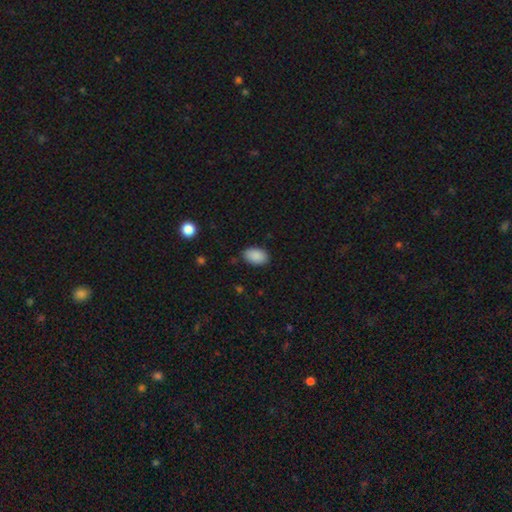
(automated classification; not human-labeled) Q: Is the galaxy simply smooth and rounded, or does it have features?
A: smooth — 90%.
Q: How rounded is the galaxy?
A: in between — 90%.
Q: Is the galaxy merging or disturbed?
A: none — 86%.